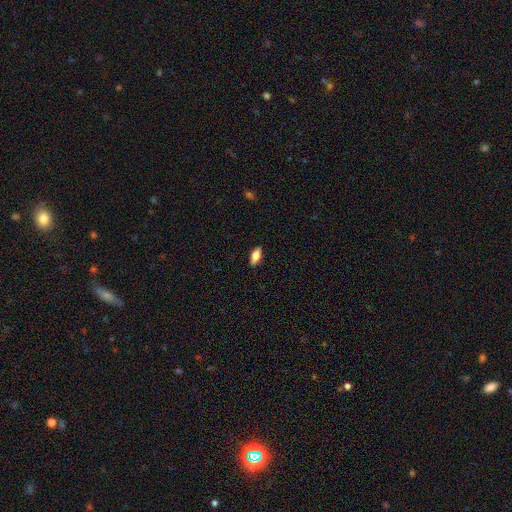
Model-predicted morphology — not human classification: type=smooth (73%); roundness=in between (84%); merging=none (89%).